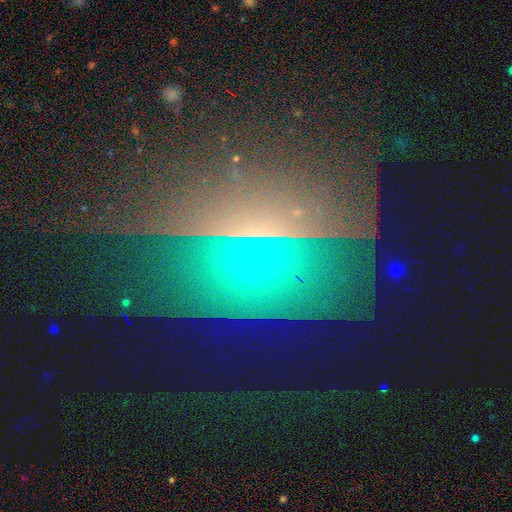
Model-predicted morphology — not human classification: Smooth or featured? Predicted: star or artifact (p=0.51).